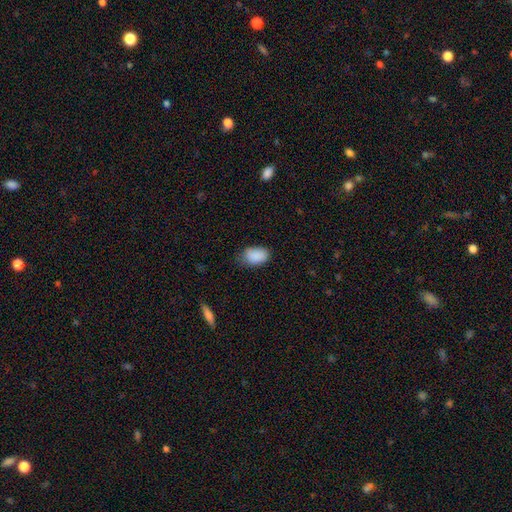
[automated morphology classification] smooth_or_featured: smooth (p=0.89) [alt: star or artifact p=0.08]
how_rounded: in between (p=0.90) [alt: round p=0.09]
merging: none (p=0.71) [alt: minor disturbance p=0.23]